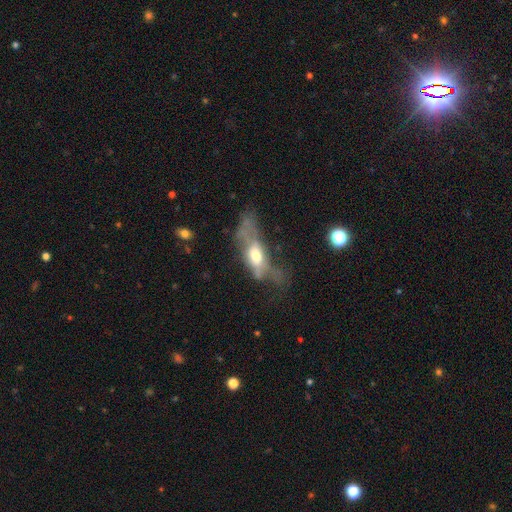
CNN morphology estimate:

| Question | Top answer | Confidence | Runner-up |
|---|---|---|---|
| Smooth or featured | featured or disk | 55% | smooth (35%) |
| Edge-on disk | no | 67% | yes (33%) |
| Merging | major disturbance | 49% | none (25%) |